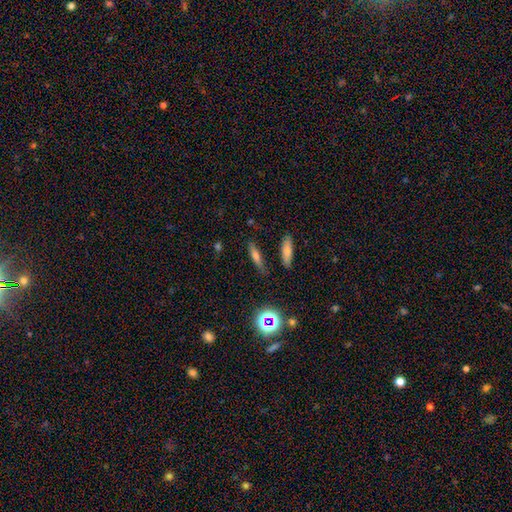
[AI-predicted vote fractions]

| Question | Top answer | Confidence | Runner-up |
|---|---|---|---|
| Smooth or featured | smooth | 58% | featured or disk (26%) |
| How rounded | cigar-shaped | 69% | in between (25%) |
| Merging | none | 80% | minor disturbance (12%) |